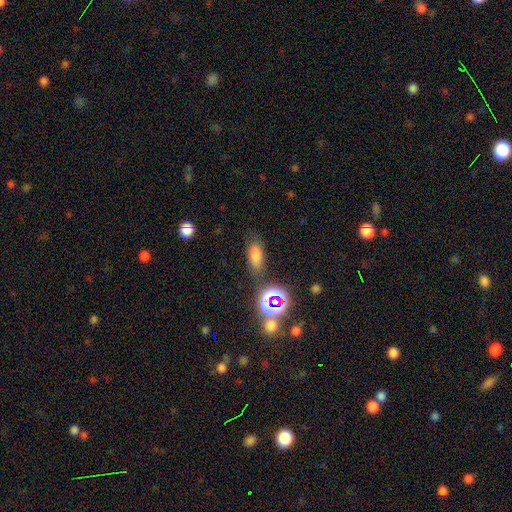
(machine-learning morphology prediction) Smooth or featured: smooth — 72% (star or artifact — 20%)
How rounded: in between — 79% (cigar-shaped — 13%)
Merging: none — 73% (minor disturbance — 15%)